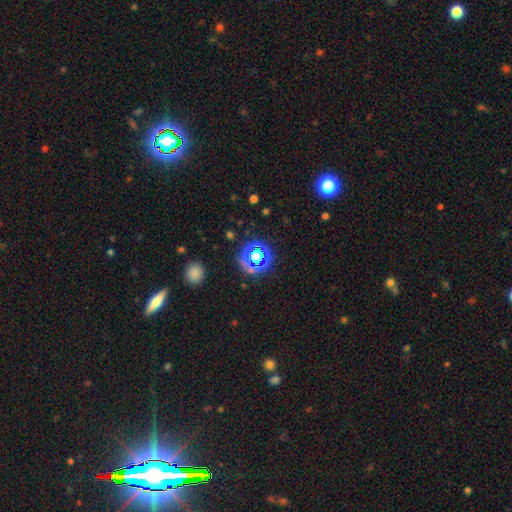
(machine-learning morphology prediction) star or artifact 54%, smooth 35%, featured or disk 11%.